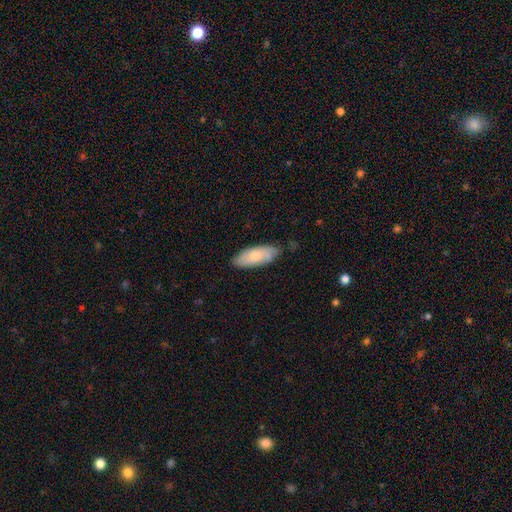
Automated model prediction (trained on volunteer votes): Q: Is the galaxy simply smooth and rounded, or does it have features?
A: smooth — 73%.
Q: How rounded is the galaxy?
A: in between — 81%.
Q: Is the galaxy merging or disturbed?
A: none — 72%.